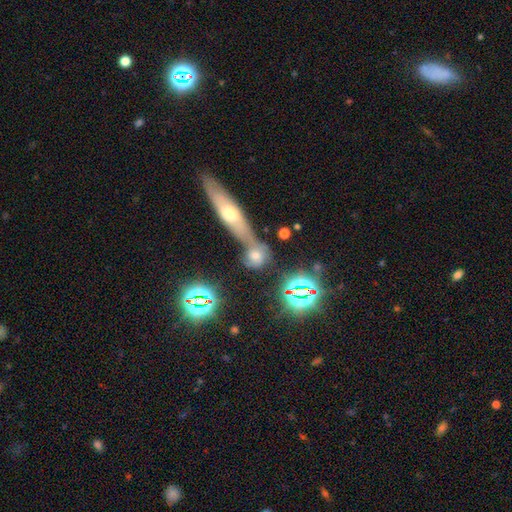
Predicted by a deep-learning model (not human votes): Smooth or featured?
  - smooth: 53% *
  - star or artifact: 27%
  - featured or disk: 19%
How rounded?
  - round: 64% *
  - in between: 28%
  - cigar-shaped: 8%
Merging?
  - merger: 42% *
  - none: 41%
  - minor disturbance: 10%
  - major disturbance: 7%